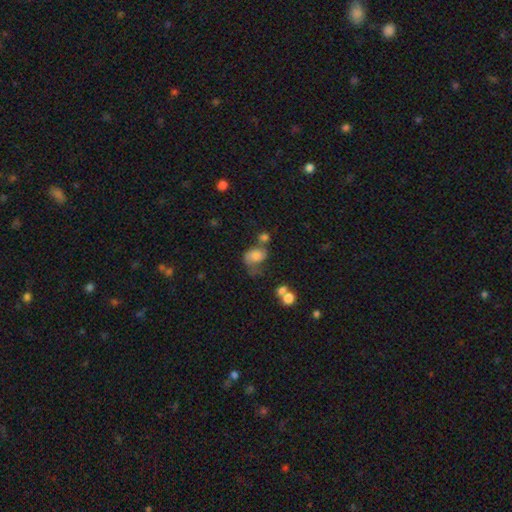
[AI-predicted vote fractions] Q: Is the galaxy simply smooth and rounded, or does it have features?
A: smooth — 67%.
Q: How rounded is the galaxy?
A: in between — 70%.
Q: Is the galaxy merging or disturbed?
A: major disturbance — 27%, tied with none.